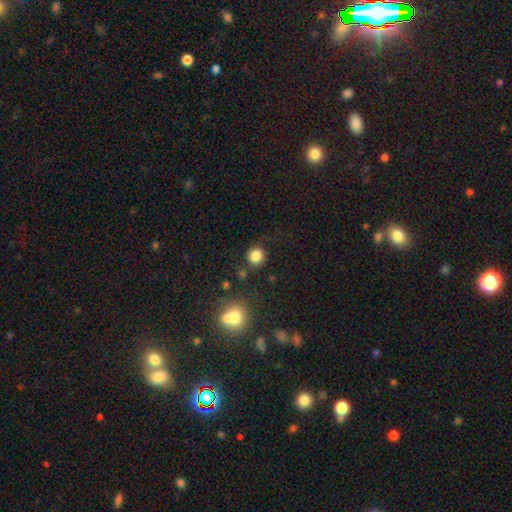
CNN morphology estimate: type=smooth (83%); roundness=round (88%); merging=none (74%).